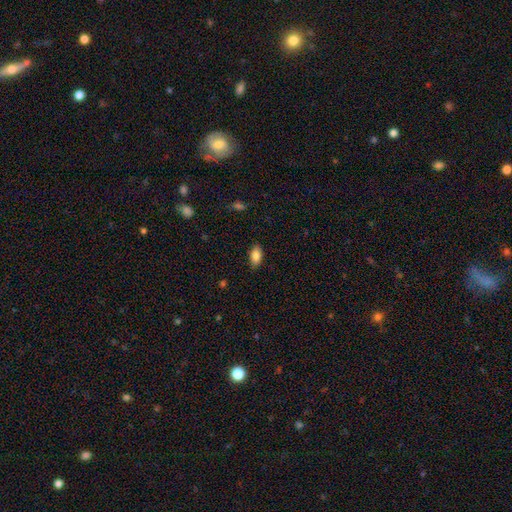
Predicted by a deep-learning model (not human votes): A smooth galaxy with no disk features (87%) that is in between round and cigar-shaped (92%). Merging: none (86%).